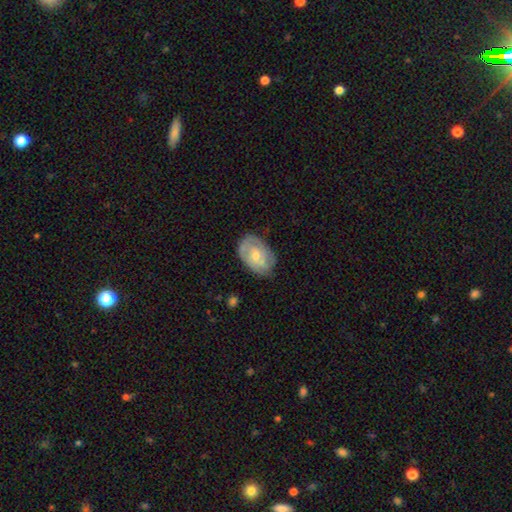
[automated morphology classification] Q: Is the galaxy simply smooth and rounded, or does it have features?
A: featured or disk — 57%.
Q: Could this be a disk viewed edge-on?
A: no — 95%.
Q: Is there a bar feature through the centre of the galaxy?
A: no — 74%.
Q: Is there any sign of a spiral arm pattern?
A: yes — 66%.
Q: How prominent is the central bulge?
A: moderate — 59%.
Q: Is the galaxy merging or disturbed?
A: none — 71%.